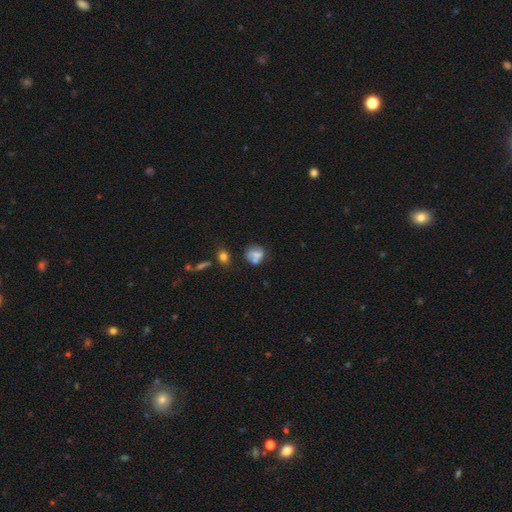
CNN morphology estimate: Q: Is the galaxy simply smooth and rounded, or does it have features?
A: smooth — 63%.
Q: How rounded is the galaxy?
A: round — 68%.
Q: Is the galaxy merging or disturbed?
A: none — 46%.